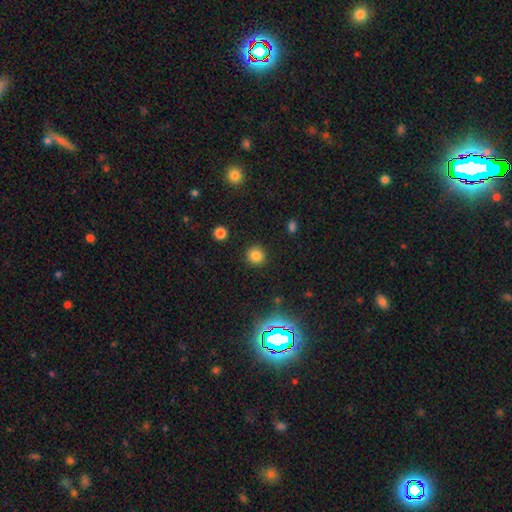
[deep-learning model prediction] Q: Smooth or featured?
A: smooth (80%); runner-up: star or artifact (15%)
Q: How rounded?
A: round (92%); runner-up: in between (7%)
Q: Merging?
A: none (90%); runner-up: minor disturbance (6%)